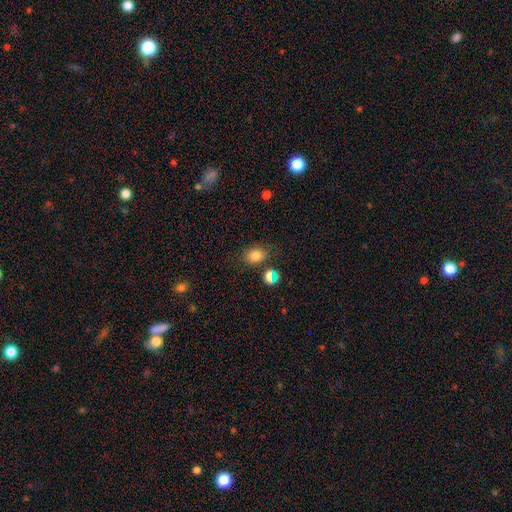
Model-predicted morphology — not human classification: smooth_or_featured: smooth (p=0.81) [alt: star or artifact p=0.13]
how_rounded: in between (p=0.62) [alt: round p=0.37]
merging: none (p=0.75) [alt: minor disturbance p=0.14]